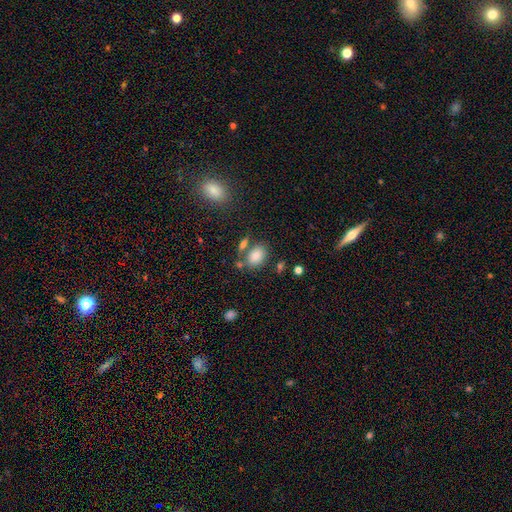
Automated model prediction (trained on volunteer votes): Overall: smooth (84%). How rounded: in between (82%). Merging: none (61%).